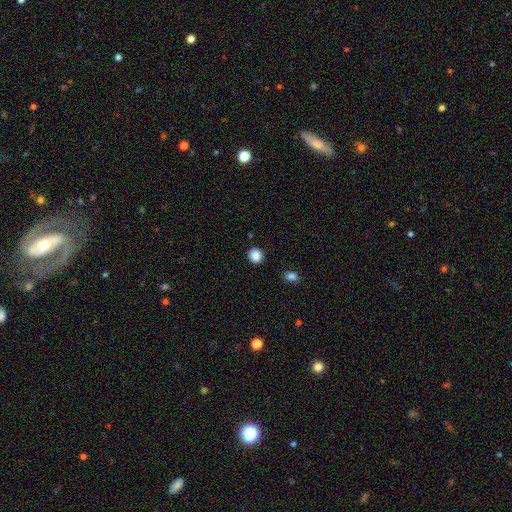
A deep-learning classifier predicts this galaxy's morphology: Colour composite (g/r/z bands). It shows a smooth galaxy with no disk features (88%) that is round (84%). Merging: none (90%).